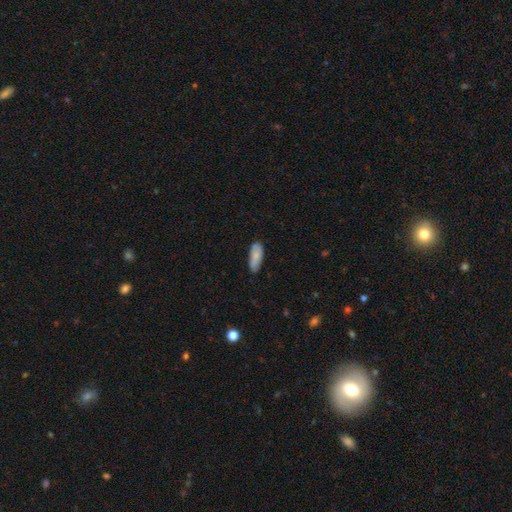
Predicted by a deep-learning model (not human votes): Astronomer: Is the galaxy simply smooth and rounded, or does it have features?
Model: smooth — 78%.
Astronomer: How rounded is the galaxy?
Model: in between — 74%.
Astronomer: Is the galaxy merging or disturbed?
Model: none — 75%.